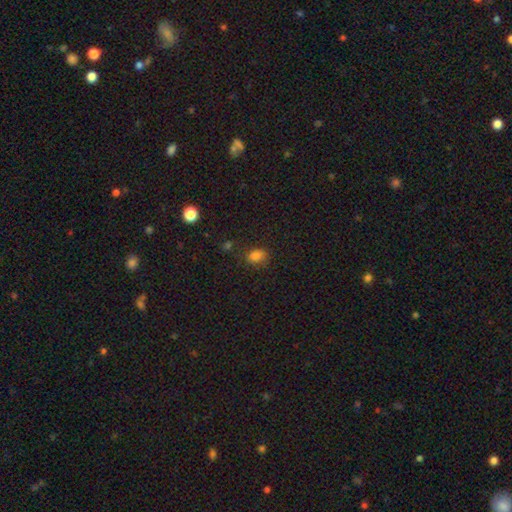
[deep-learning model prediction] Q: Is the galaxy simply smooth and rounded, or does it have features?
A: smooth — 79%.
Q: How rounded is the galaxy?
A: in between — 68%.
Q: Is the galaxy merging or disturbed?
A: none — 75%.